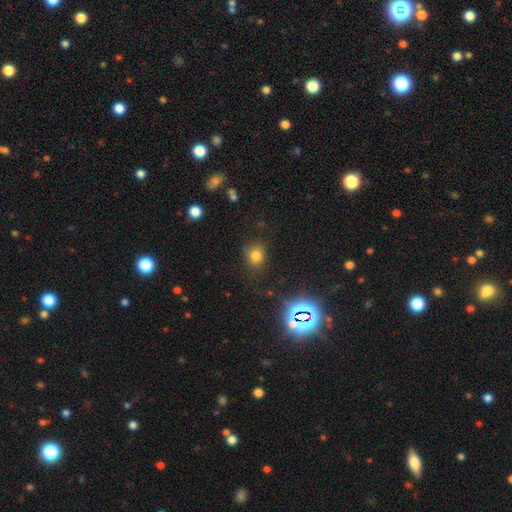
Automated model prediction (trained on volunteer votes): Q: Smooth or featured?
A: smooth (73%); runner-up: star or artifact (20%)
Q: How rounded?
A: round (69%); runner-up: in between (30%)
Q: Merging?
A: none (74%); runner-up: minor disturbance (18%)